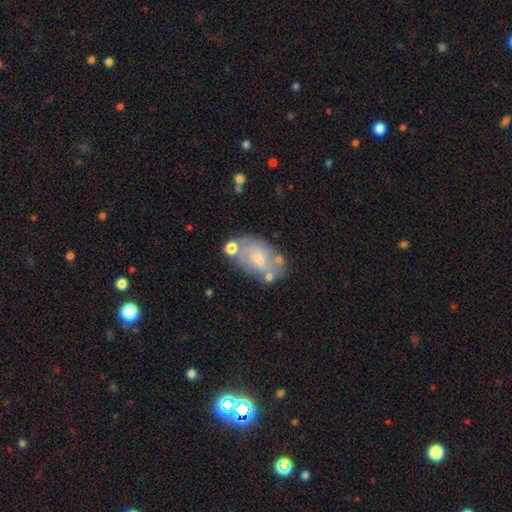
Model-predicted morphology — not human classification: Overall: featured or disk (55%; smooth 36%). Edge-on disk: no (95%). Bar: no (66%; weak 28%). Spiral arms: yes (58%; no 42%). Bulge size: small (61%; moderate 25%). Merging: none (59%; minor disturbance 21%).